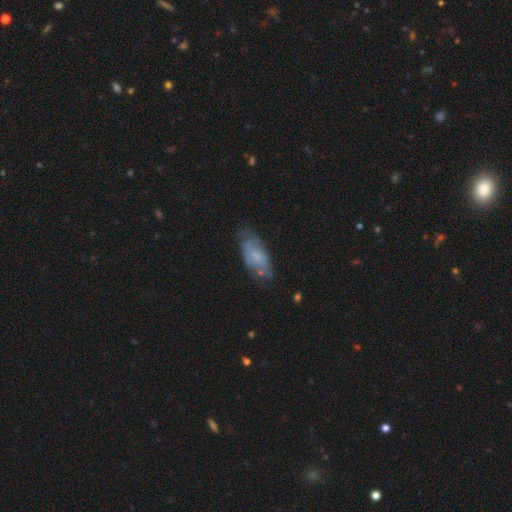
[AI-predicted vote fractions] The model was most divided on "smooth or featured": smooth: 54%, featured or disk: 39%, star or artifact: 8%. More confident: how rounded — in between (83%); merging — none (53%).